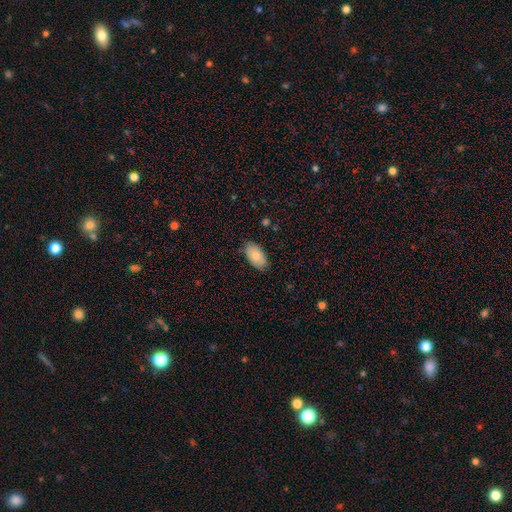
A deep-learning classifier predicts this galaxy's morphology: Smooth or featured? Predicted: smooth (p=0.80). How rounded? Predicted: in between (p=0.95). Merging? Predicted: none (p=0.81).